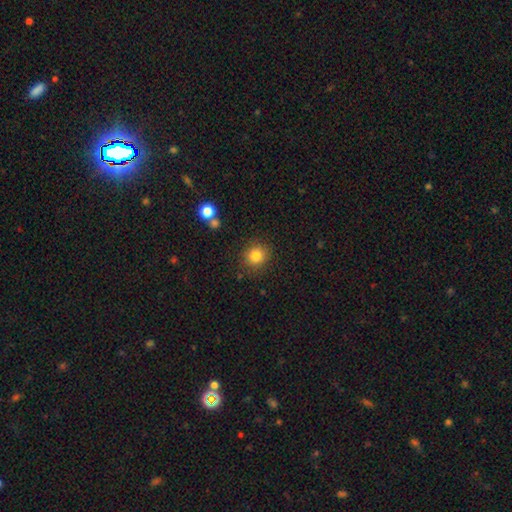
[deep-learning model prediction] Smooth or featured? smooth (82%)
How rounded? round (86%)
Merging? none (86%)